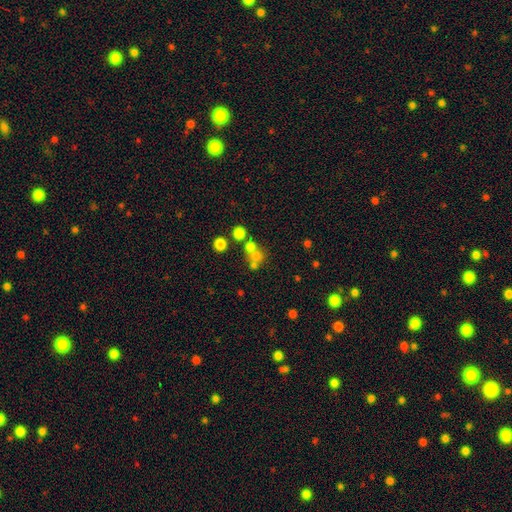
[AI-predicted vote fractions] smooth-or-featured: smooth: 63% | star or artifact: 20% | featured or disk: 17%
  how-rounded: round: 84% | in between: 15% | cigar-shaped: 1%
  merging: none: 45% | merger: 43% | minor disturbance: 7% | major disturbance: 5%